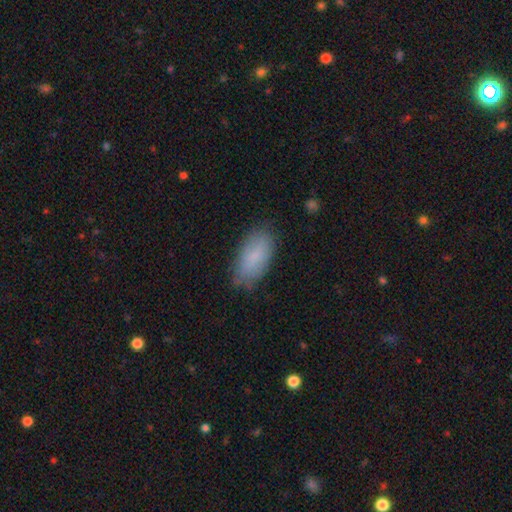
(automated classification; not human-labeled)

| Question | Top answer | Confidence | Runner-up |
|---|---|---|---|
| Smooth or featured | smooth | 82% | featured or disk (11%) |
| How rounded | in between | 91% | cigar-shaped (7%) |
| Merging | none | 77% | minor disturbance (18%) |